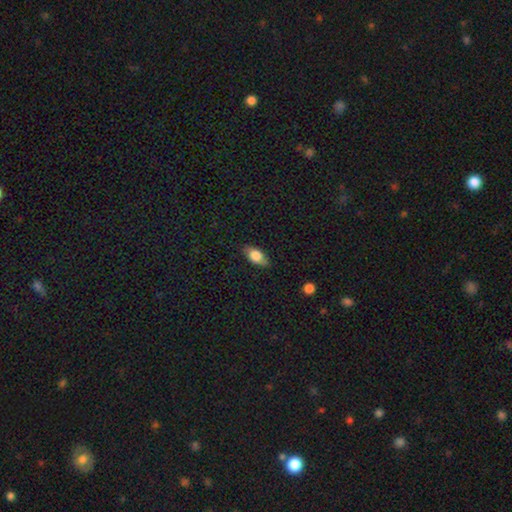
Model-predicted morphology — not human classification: This appears to be a smooth galaxy with no disk features (77%) that is in between round and cigar-shaped (87%). Merging: none (82%).